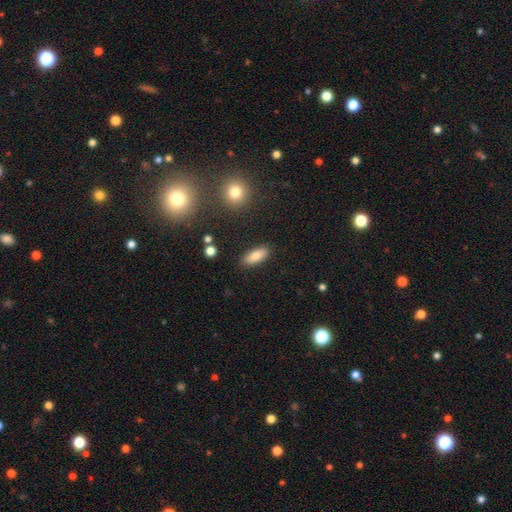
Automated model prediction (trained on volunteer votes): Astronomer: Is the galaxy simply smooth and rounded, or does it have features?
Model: smooth — 81%.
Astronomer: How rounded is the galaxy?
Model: in between — 80%.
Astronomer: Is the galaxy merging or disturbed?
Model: none — 88%.